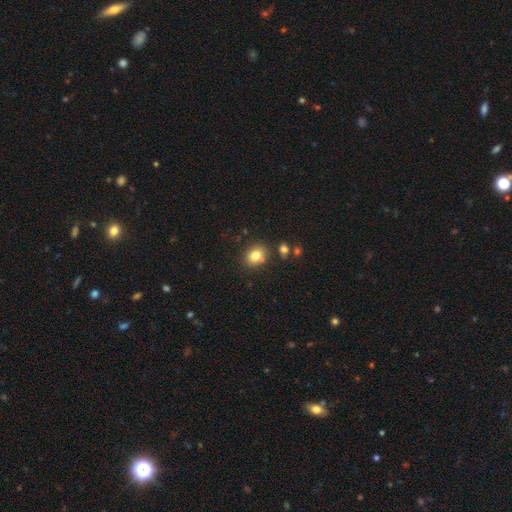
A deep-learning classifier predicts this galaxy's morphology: This appears to be a smooth galaxy with no disk features (81%) that is round (56%). Merging: none (78%).